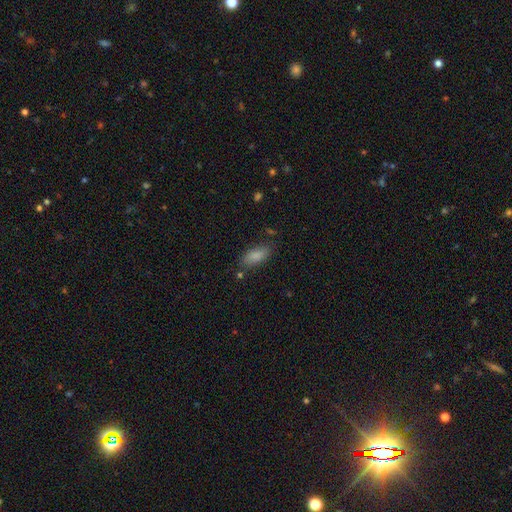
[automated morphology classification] This is clearly a smooth galaxy (85%). How rounded: clearly in between (83%). Merging: likely none (77%).